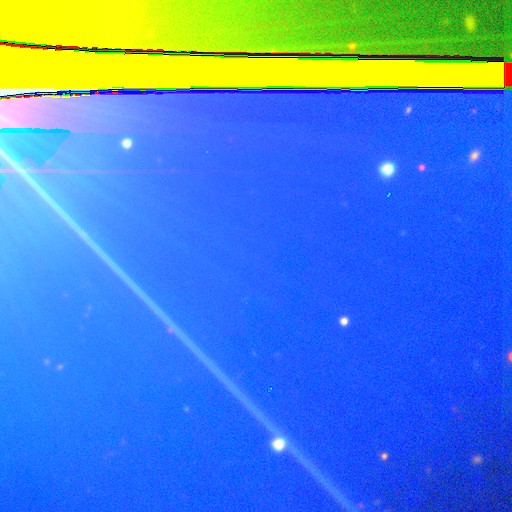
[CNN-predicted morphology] Smooth or featured?
  - star or artifact: 85% *
  - smooth: 7%
  - featured or disk: 7%